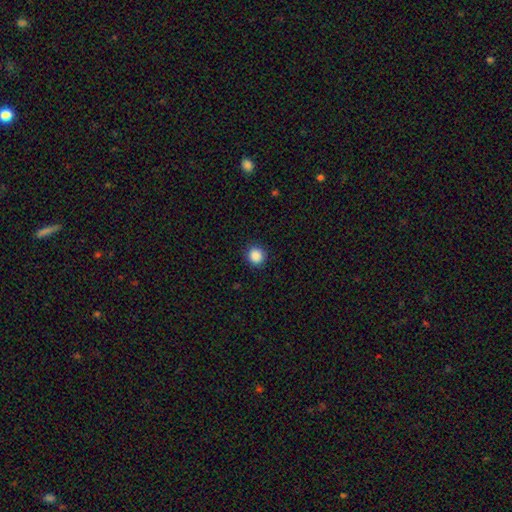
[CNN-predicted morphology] A smooth galaxy with no disk features (88%) that is round (92%).

Vote fractions:
- Smooth or featured? smooth: 88% / star or artifact: 9% / featured or disk: 2%
- How rounded? round: 92% / in between: 7% / cigar-shaped: 1%
- Merging? none: 91% / minor disturbance: 6% / major disturbance: 2% / merger: 1%